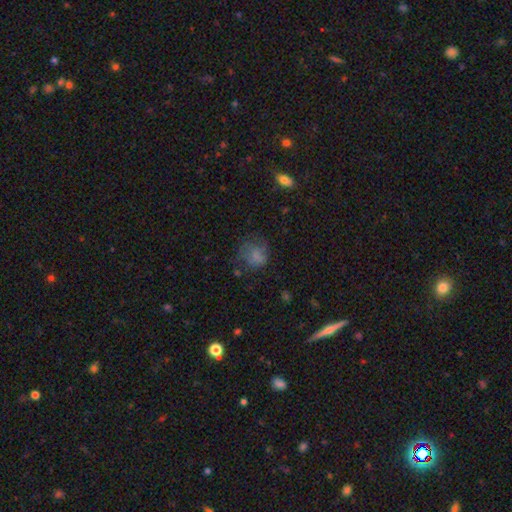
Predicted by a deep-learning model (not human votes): A smooth galaxy with no disk features (66%) that is round (69%). Merging: none (47%).